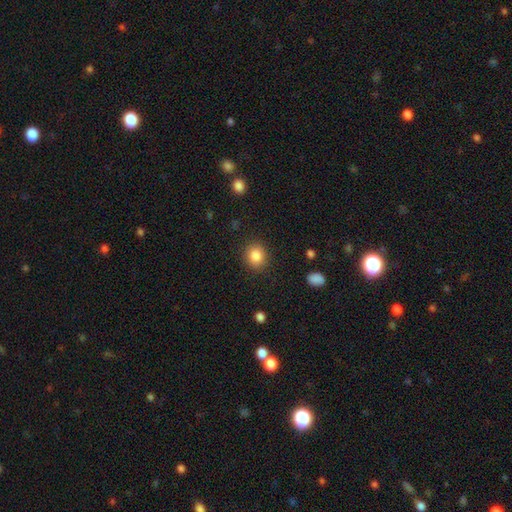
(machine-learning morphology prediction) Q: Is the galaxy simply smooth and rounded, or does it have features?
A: smooth — 85%.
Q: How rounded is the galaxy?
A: round — 74%.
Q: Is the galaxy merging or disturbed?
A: none — 88%.